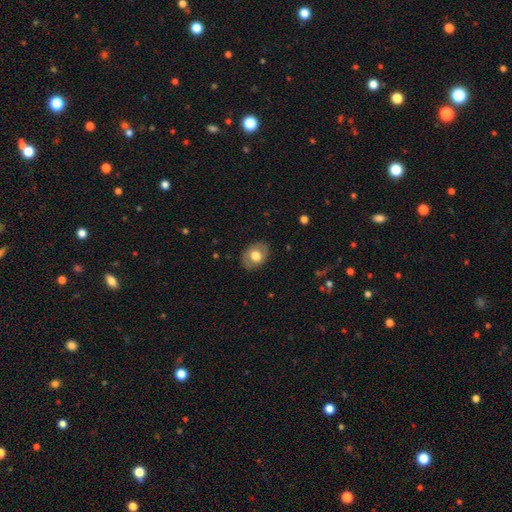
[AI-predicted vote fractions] A smooth galaxy with no disk features (60%) that is in between round and cigar-shaped (63%).

Vote fractions:
- Smooth or featured? smooth: 60% / featured or disk: 33% / star or artifact: 7%
- How rounded? in between: 63% / round: 36% / cigar-shaped: 1%
- Merging? none: 83% / minor disturbance: 13% / major disturbance: 4% / merger: 1%